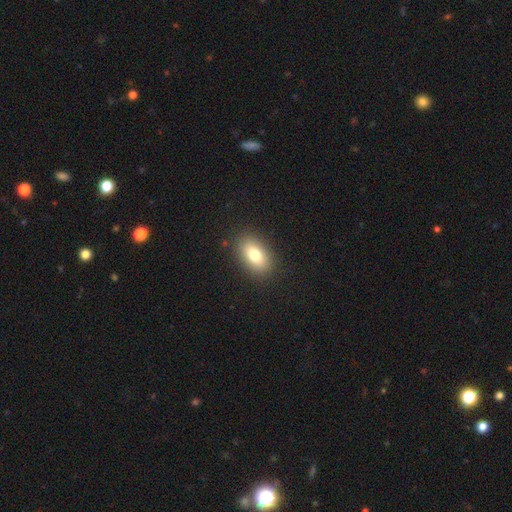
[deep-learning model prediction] A smooth galaxy with no disk features (77%) that is in between round and cigar-shaped (87%). Merging: none (90%).